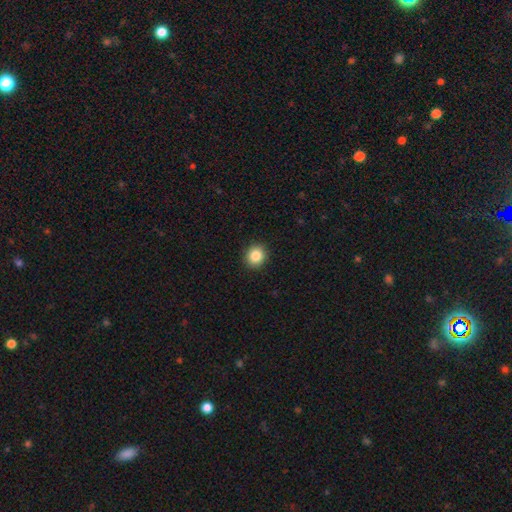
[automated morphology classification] This appears to be a smooth galaxy with no disk features (86%) that is round (84%). Merging: none (91%).